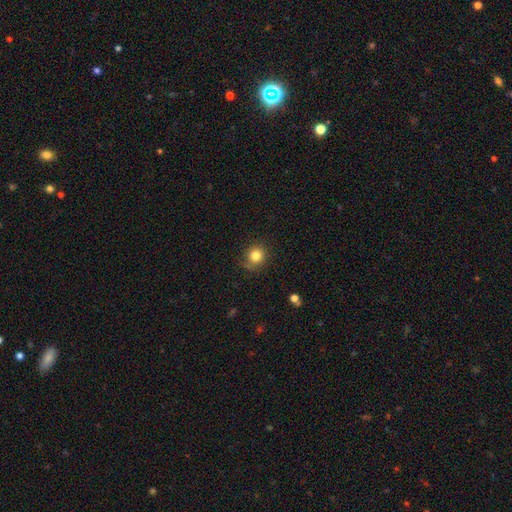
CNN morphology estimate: A smooth galaxy with no disk features (81%) that is round (88%).

Vote fractions:
- Smooth or featured? smooth: 81% / star or artifact: 12% / featured or disk: 7%
- How rounded? round: 88% / in between: 11% / cigar-shaped: 1%
- Merging? none: 77% / minor disturbance: 16% / major disturbance: 5% / merger: 2%